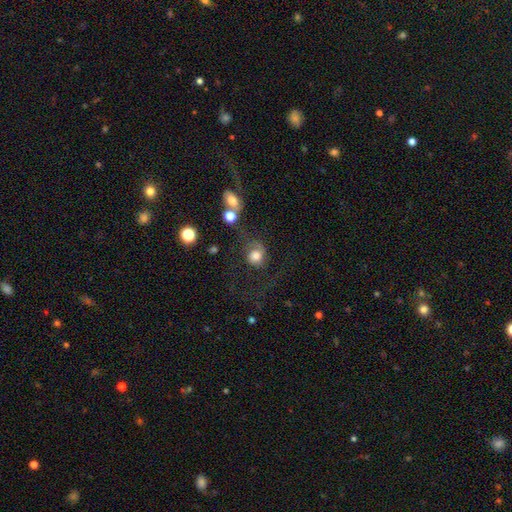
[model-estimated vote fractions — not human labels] smooth_or_featured: smooth (p=0.61) [alt: featured or disk p=0.29]
how_rounded: round (p=0.77) [alt: in between p=0.22]
merging: none (p=0.41) [alt: major disturbance p=0.31]